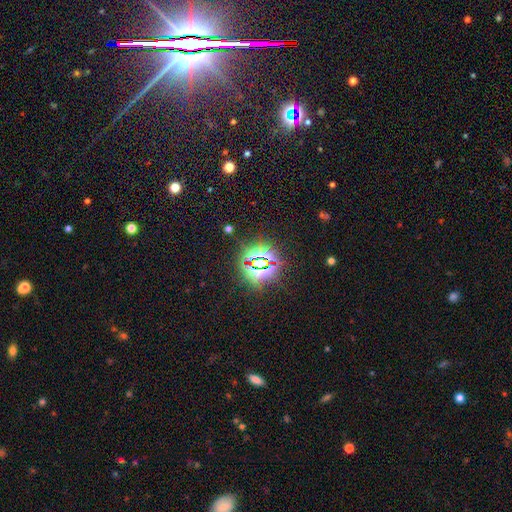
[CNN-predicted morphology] smooth-or-featured: star or artifact: 81% | smooth: 11% | featured or disk: 8%